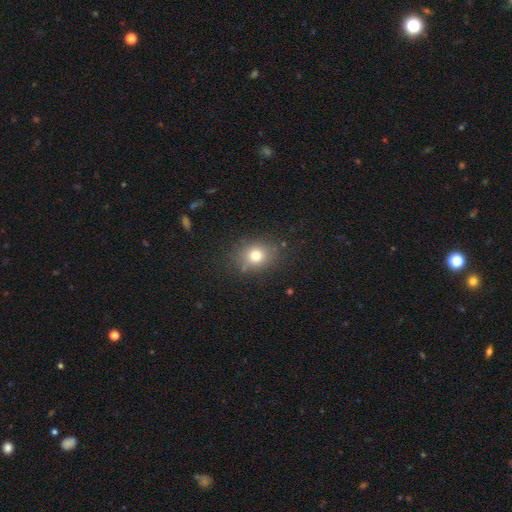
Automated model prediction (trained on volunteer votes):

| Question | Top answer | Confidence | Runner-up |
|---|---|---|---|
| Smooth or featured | smooth | 76% | star or artifact (13%) |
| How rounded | round | 61% | in between (38%) |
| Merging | none | 82% | minor disturbance (12%) |